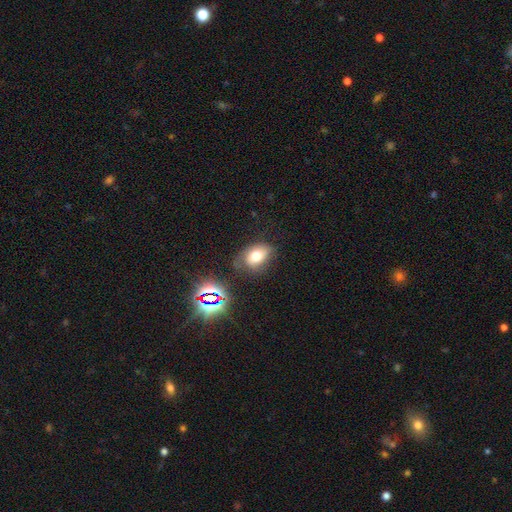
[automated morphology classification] A smooth galaxy with no disk features (69%) that is in between round and cigar-shaped (79%). Merging: none (59%).